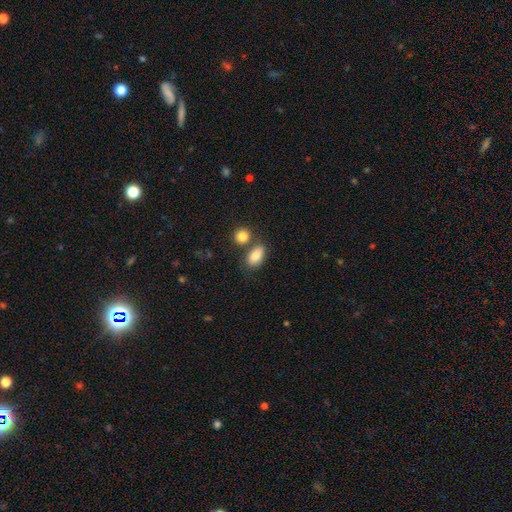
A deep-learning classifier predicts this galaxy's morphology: This is clearly a smooth galaxy (85%). How rounded: clearly in between (87%). Merging: likely none (60%).